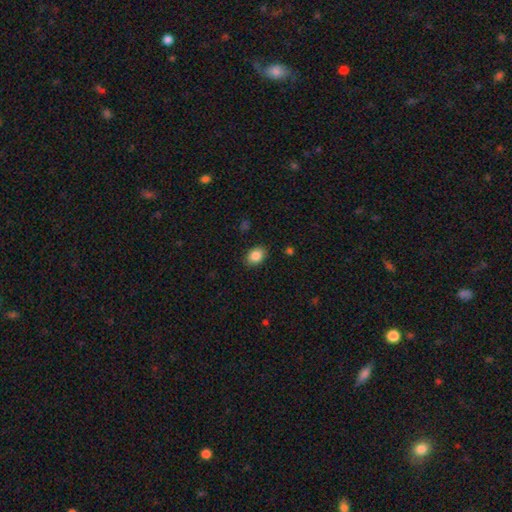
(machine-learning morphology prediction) This is clearly a smooth galaxy (87%). How rounded: likely in between (75%). Merging: clearly none (88%).